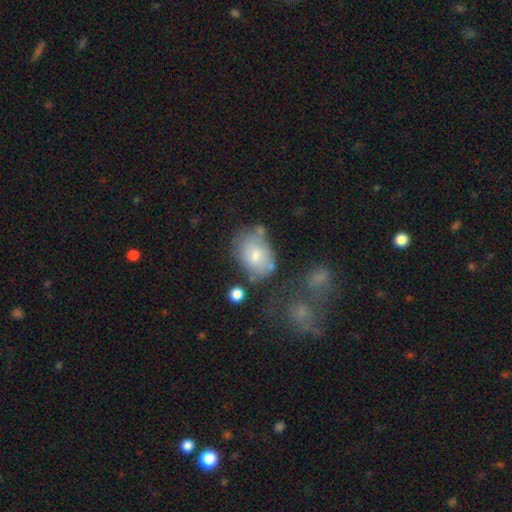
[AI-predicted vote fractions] This is likely a smooth galaxy (69%). How rounded: likely in between (73%). Merging: possibly none (49%).